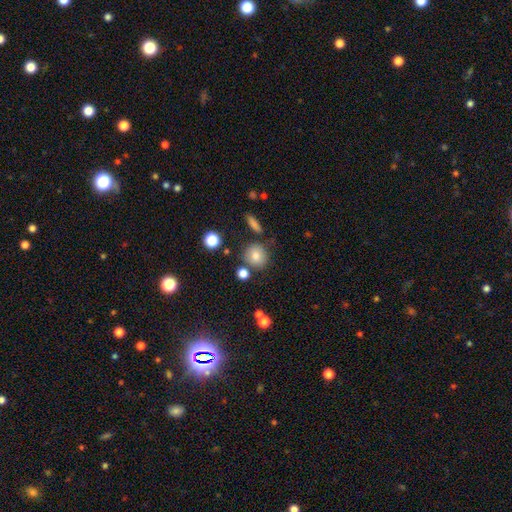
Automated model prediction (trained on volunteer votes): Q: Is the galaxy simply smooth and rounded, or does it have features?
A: smooth — 79%.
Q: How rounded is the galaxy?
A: round — 89%.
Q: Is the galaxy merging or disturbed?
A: none — 77%.